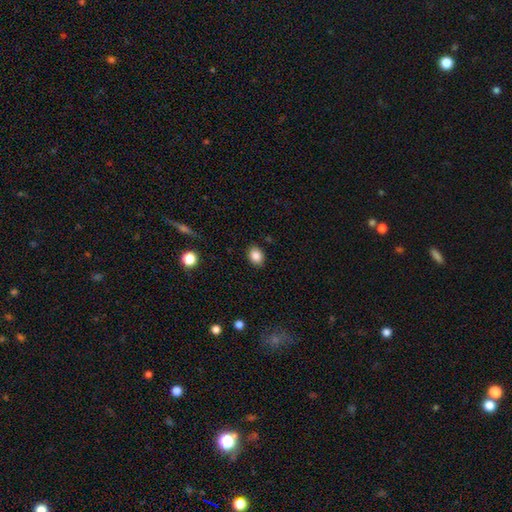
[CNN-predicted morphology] Smooth or featured?
  - smooth: 86% *
  - star or artifact: 9%
  - featured or disk: 4%
How rounded?
  - in between: 61% *
  - round: 38%
  - cigar-shaped: 1%
Merging?
  - none: 87% *
  - minor disturbance: 10%
  - major disturbance: 2%
  - merger: 1%